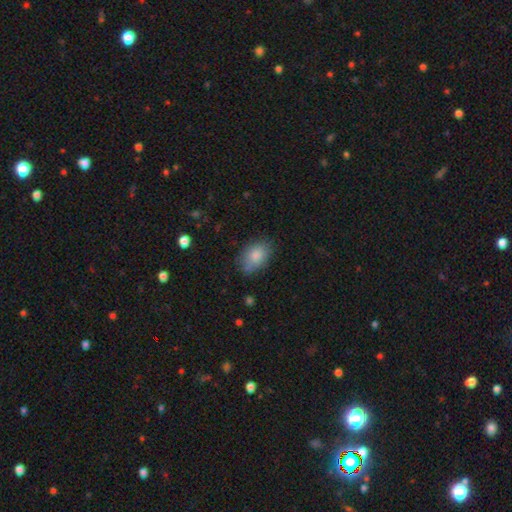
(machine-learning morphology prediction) smooth-or-featured: smooth: 83% | featured or disk: 9% | star or artifact: 7%
  how-rounded: in between: 83% | round: 15% | cigar-shaped: 1%
  merging: none: 74% | minor disturbance: 19% | major disturbance: 5% | merger: 3%